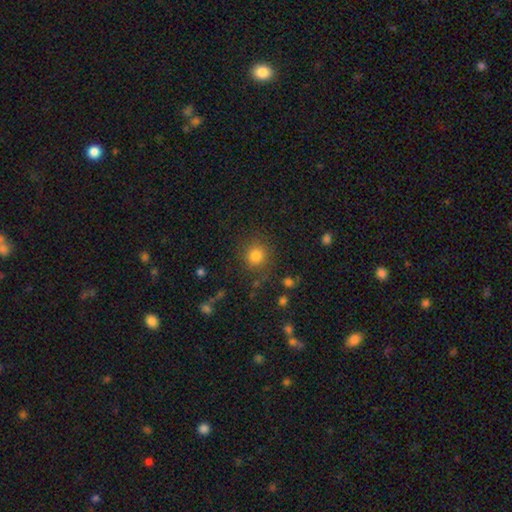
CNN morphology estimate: Overall: smooth (82%). How rounded: round (89%). Merging: none (83%).